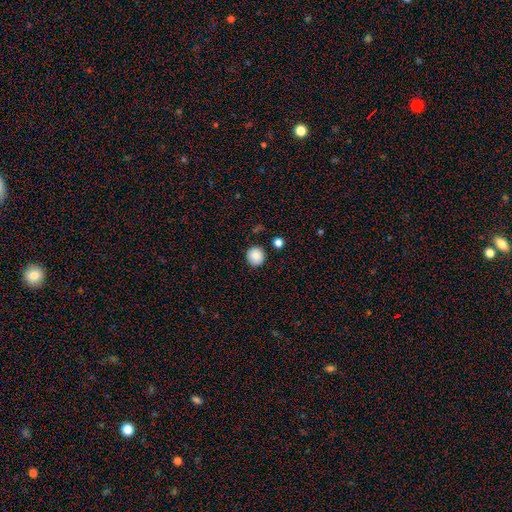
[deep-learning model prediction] smooth 87%, star or artifact 9%, featured or disk 4%. Down the decision tree: how rounded — round (91%); merging — none (88%).